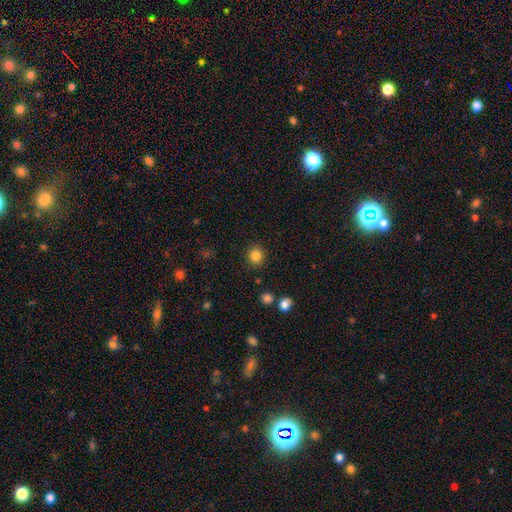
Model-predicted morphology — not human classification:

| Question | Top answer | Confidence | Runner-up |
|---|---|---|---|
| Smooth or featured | smooth | 85% | star or artifact (11%) |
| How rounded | round | 90% | in between (9%) |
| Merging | none | 90% | minor disturbance (6%) |